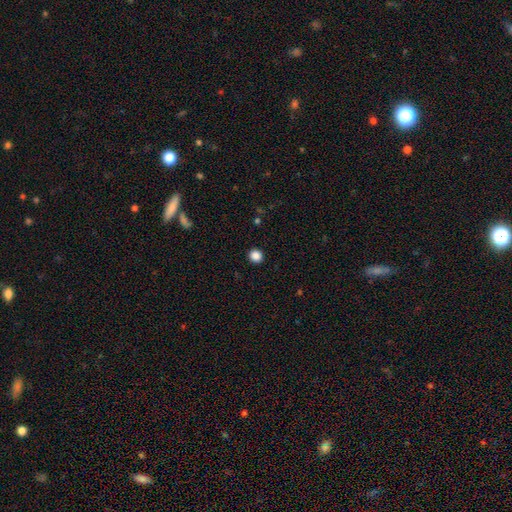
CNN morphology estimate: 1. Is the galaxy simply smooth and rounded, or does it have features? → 86% smooth, 11% star or artifact, 3% featured or disk.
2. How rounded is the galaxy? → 89% round, 10% in between, 1% cigar-shaped.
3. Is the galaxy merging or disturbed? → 93% none, 4% minor disturbance, 2% major disturbance, 1% merger.